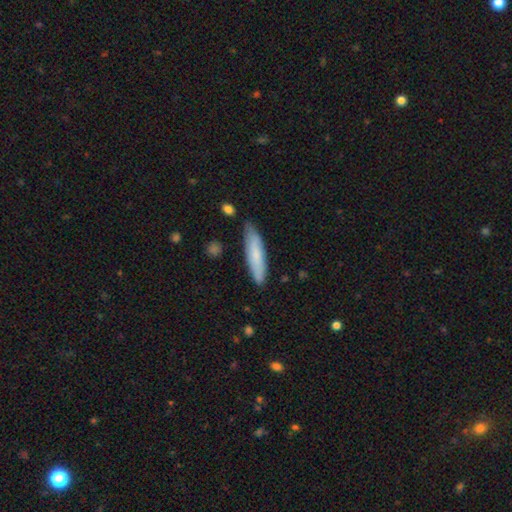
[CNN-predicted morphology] smooth-or-featured: smooth: 74% | featured or disk: 21% | star or artifact: 6%
  how-rounded: cigar-shaped: 78% | in between: 21% | round: 1%
  merging: none: 81% | minor disturbance: 15% | major disturbance: 2% | merger: 2%